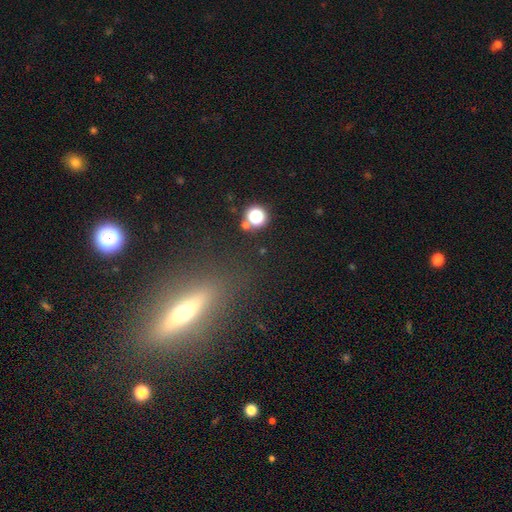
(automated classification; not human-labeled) smooth-or-featured: featured or disk: 57% | smooth: 27% | star or artifact: 16%
  disk-edge-on: yes: 88% | no: 12%
    edge-on-bulge: rounded: 91% | none: 5% | boxy: 4%
  merging: none: 86% | minor disturbance: 8% | major disturbance: 3% | merger: 2%